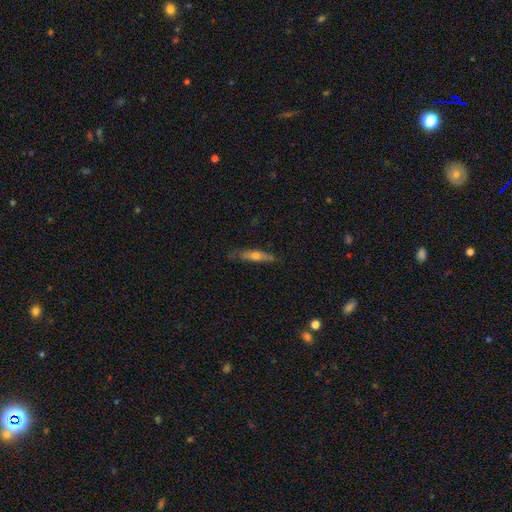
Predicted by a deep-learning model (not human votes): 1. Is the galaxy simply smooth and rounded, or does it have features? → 49% featured or disk, 44% smooth, 7% star or artifact.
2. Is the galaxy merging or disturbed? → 78% none, 17% minor disturbance, 3% major disturbance, 1% merger.